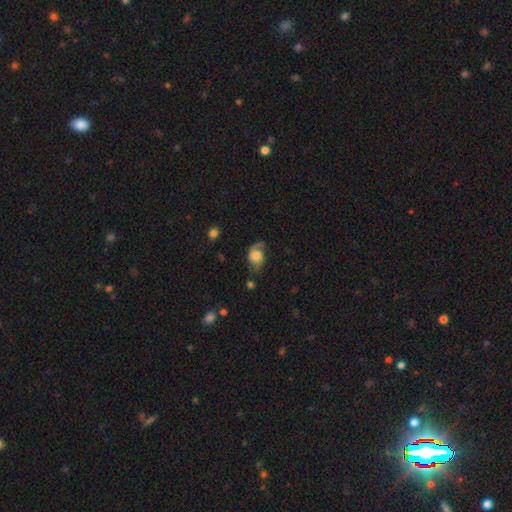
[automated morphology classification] smooth-or-featured: featured or disk: 59% | smooth: 32% | star or artifact: 9%
  disk-edge-on: no: 97% | yes: 3%
    bar: no: 73% | weak: 23% | strong: 4%
    has-spiral-arms: yes: 91% | no: 9%
      spiral-winding: loose: 45% | medium: 38% | tight: 17%
      spiral-arm-count: 2: 67% | 1: 26% | can't tell: 5% | 3: 1% | 4: 1% | more than 4: 1%
    bulge-size: large: 39% | moderate: 20% | none: 16% | small: 13% | dominant: 13%
  merging: none: 52% | minor disturbance: 27% | major disturbance: 19% | merger: 3%